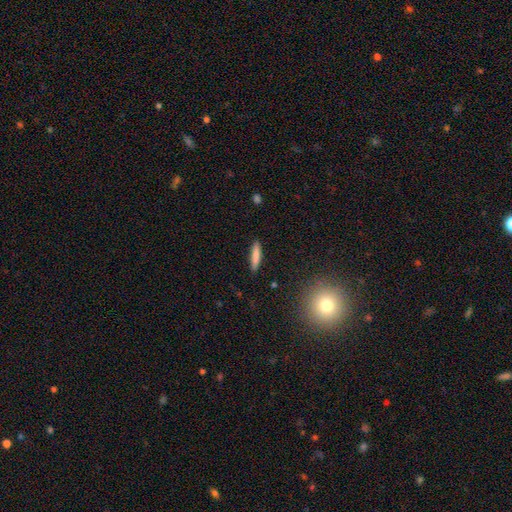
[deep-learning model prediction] Smooth or featured: smooth — 81% (featured or disk — 12%)
How rounded: cigar-shaped — 87% (in between — 11%)
Merging: none — 90% (minor disturbance — 7%)